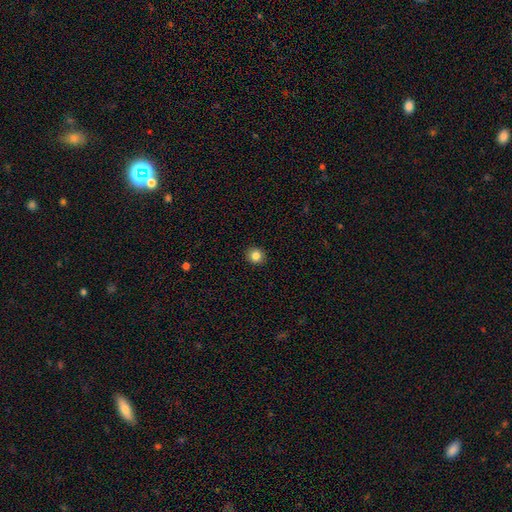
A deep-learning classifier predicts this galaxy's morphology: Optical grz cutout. It shows a smooth galaxy with no disk features (84%) that is round (86%). Merging: none (92%).